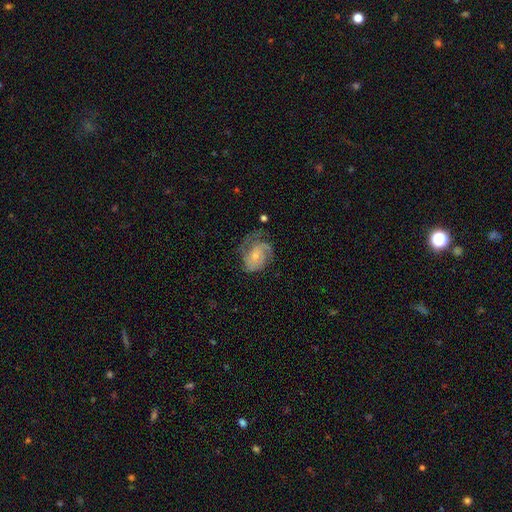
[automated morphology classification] A featured or disk galaxy (77%) with no bar (64%), 2 (39%) tight (44%) spiral arms (92%) and a small central bulge (61%). Merging: none (49%).